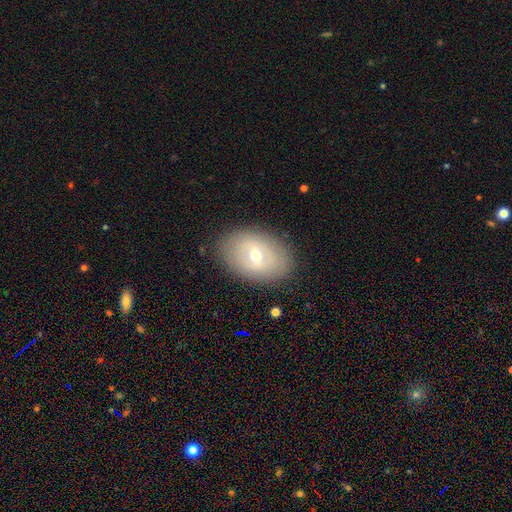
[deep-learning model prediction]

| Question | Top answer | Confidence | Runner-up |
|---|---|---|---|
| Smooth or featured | smooth | 46% | featured or disk (45%) |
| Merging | none | 84% | minor disturbance (11%) |